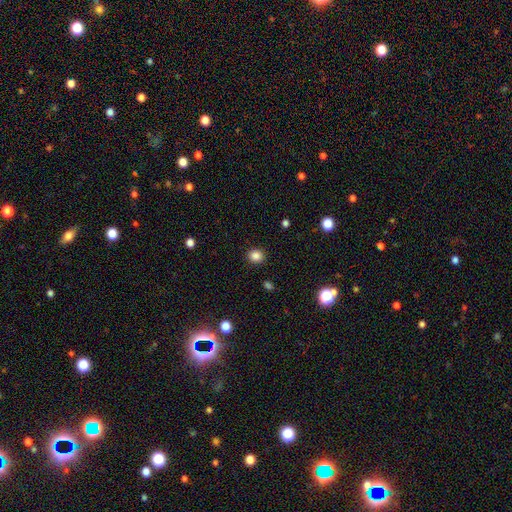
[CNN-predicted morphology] Smooth or featured: smooth — 85% (star or artifact — 11%)
How rounded: round — 74% (in between — 25%)
Merging: none — 90% (minor disturbance — 6%)